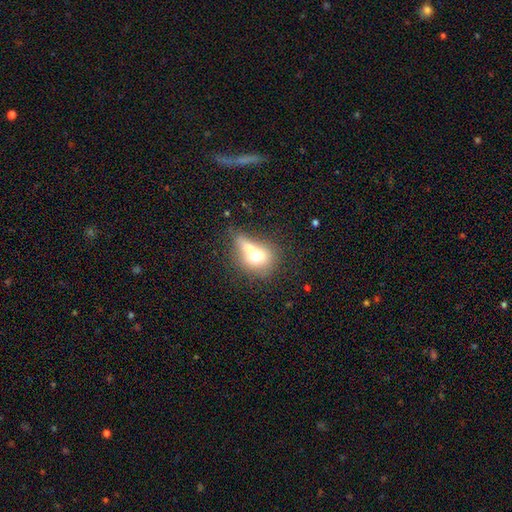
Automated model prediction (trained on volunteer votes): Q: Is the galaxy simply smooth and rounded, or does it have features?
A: smooth — 65%.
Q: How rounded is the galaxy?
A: round — 60%.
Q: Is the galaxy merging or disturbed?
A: merger — 47%.